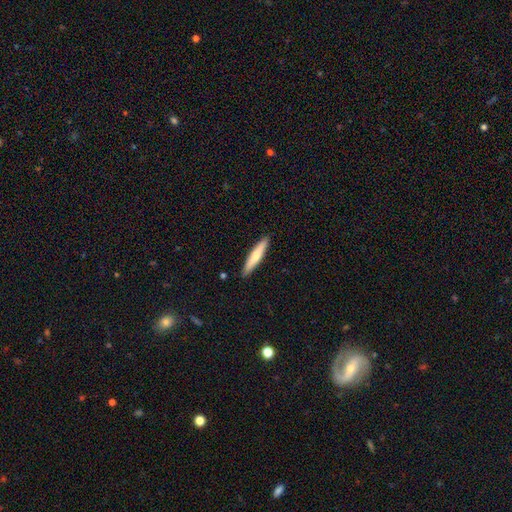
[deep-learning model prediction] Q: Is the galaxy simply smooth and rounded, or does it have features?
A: smooth — 67%.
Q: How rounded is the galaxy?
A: cigar-shaped — 90%.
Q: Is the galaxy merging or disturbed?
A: none — 90%.